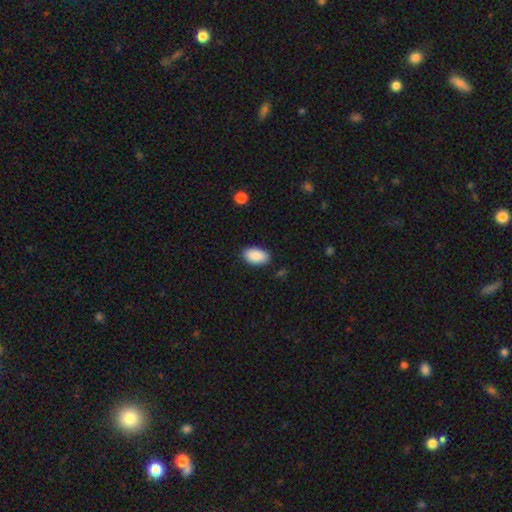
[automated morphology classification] The model was most divided on "merging": none: 88%, minor disturbance: 9%, major disturbance: 2%, merger: 1%. More confident: how rounded — in between (94%); smooth or featured — smooth (90%).